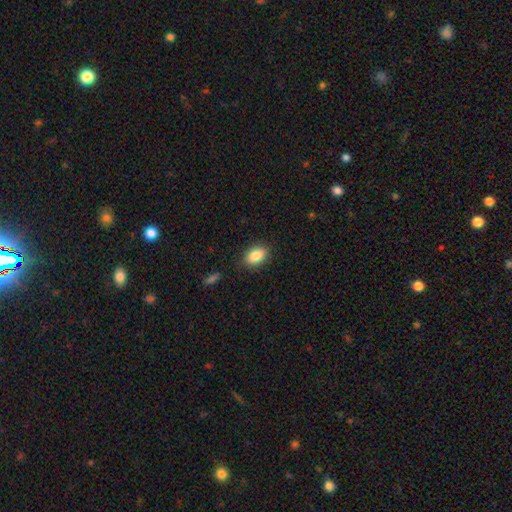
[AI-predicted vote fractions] smooth-or-featured: smooth: 86% | star or artifact: 8% | featured or disk: 6%
  how-rounded: in between: 85% | round: 14% | cigar-shaped: 1%
  merging: none: 86% | minor disturbance: 10% | major disturbance: 3% | merger: 1%